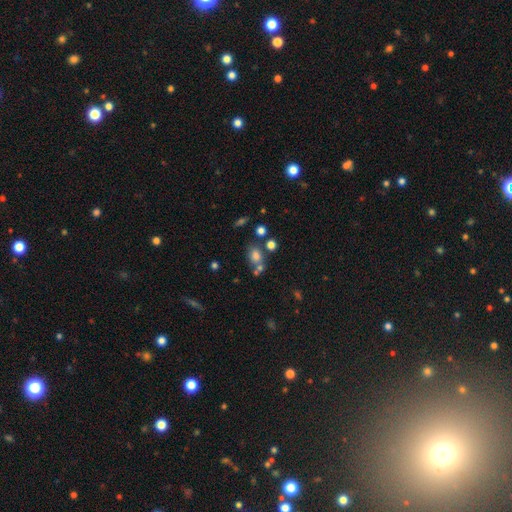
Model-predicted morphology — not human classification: smooth 71%, star or artifact 17%, featured or disk 12%. Down the decision tree: how rounded — in between (56%); merging — none (55%).